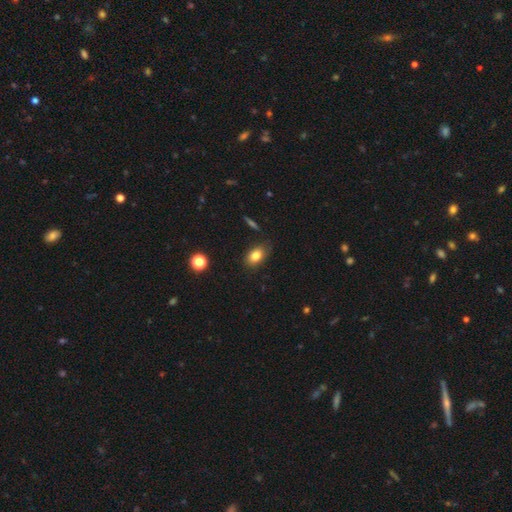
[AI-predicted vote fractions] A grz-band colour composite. It shows a smooth galaxy with no disk features (81%) that is in between round and cigar-shaped (84%). Merging: none (80%).